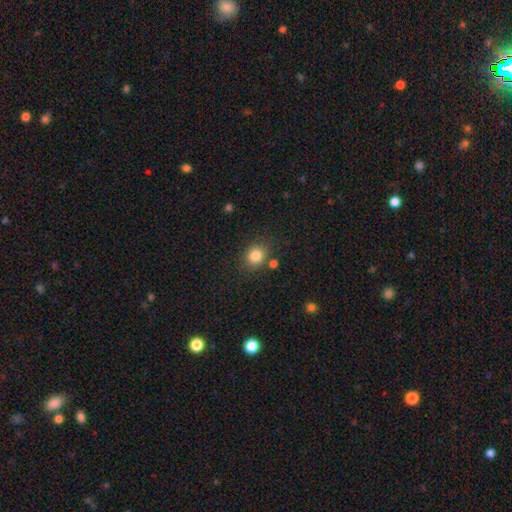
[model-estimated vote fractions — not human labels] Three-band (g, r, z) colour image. It shows a smooth galaxy with no disk features (83%) that is round (71%). Merging: none (79%).